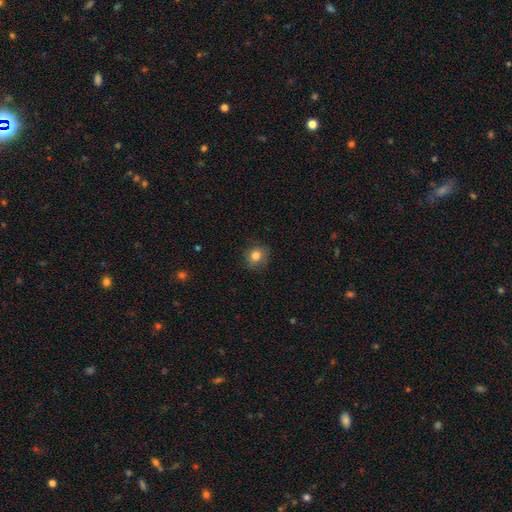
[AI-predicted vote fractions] Smooth or featured?
  - smooth: 82% *
  - star or artifact: 11%
  - featured or disk: 7%
How rounded?
  - round: 79% *
  - in between: 20%
  - cigar-shaped: 1%
Merging?
  - none: 84% *
  - minor disturbance: 12%
  - major disturbance: 3%
  - merger: 1%